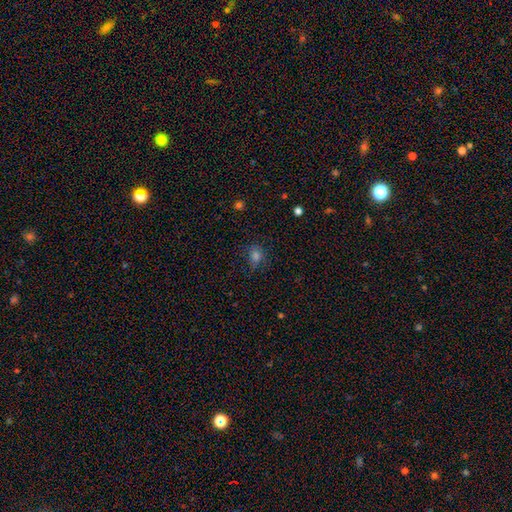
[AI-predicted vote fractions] Smooth or featured?
  - smooth: 71% *
  - star or artifact: 21%
  - featured or disk: 8%
How rounded?
  - round: 63% *
  - in between: 35%
  - cigar-shaped: 1%
Merging?
  - none: 73% *
  - minor disturbance: 18%
  - major disturbance: 7%
  - merger: 2%